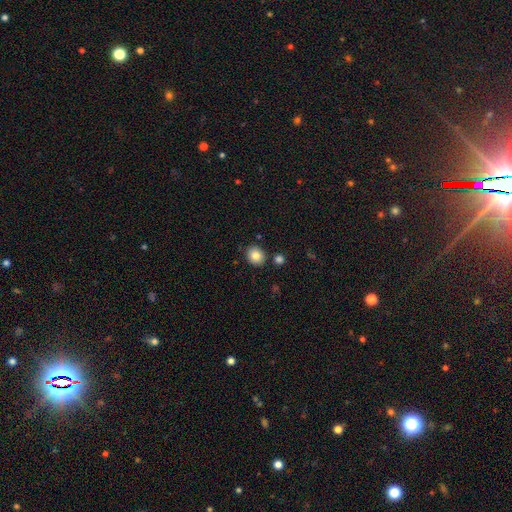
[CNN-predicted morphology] This appears to be a smooth galaxy with no disk features (83%) that is round (73%). Merging: none (83%).